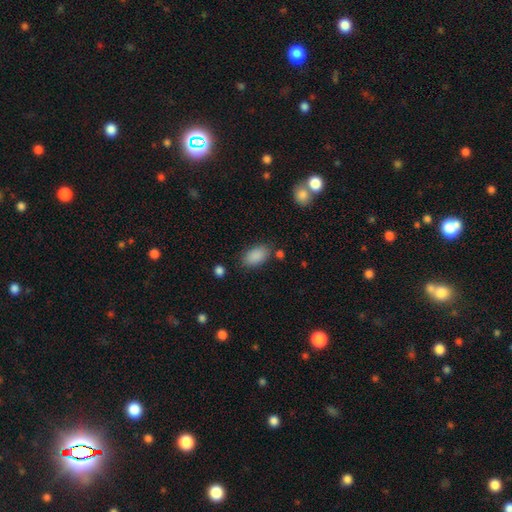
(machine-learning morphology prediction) A smooth galaxy with no disk features (88%) that is in between round and cigar-shaped (93%). Merging: none (79%).